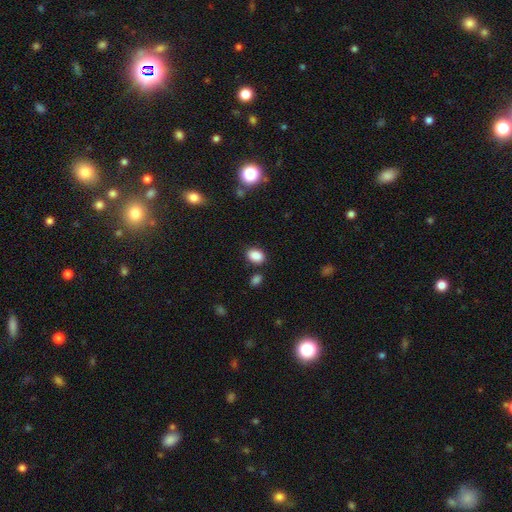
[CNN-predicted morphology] This is clearly a smooth galaxy (88%). How rounded: likely in between (76%). Merging: clearly none (80%).